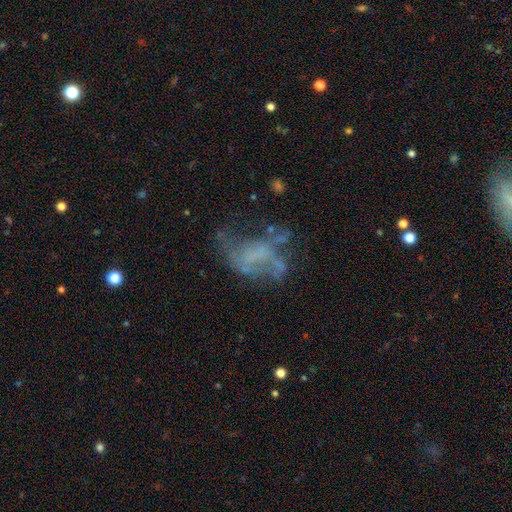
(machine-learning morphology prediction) Q: Smooth or featured?
A: featured or disk (62%); runner-up: smooth (20%)
Q: Edge-on disk?
A: no (97%); runner-up: yes (3%)
Q: Bar?
A: no (72%); runner-up: weak (20%)
Q: Spiral arms?
A: no (64%); runner-up: yes (36%)
Q: Bulge size?
A: none (76%); runner-up: small (11%)
Q: Merging?
A: major disturbance (39%); runner-up: none (35%)